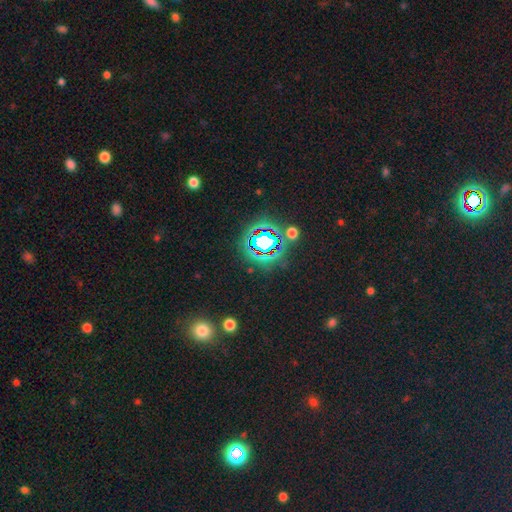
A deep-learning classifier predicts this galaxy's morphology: The model was most divided on "smooth or featured": star or artifact: 78%, smooth: 14%, featured or disk: 7%.